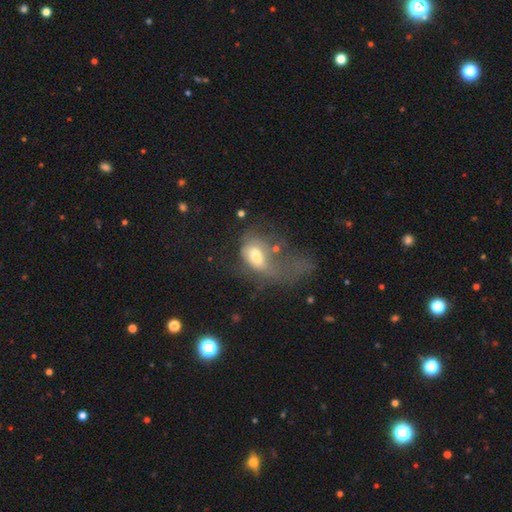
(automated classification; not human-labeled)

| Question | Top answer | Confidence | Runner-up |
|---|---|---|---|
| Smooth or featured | smooth | 54% | featured or disk (35%) |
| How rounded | in between | 78% | round (19%) |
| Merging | major disturbance | 68% | minor disturbance (12%) |